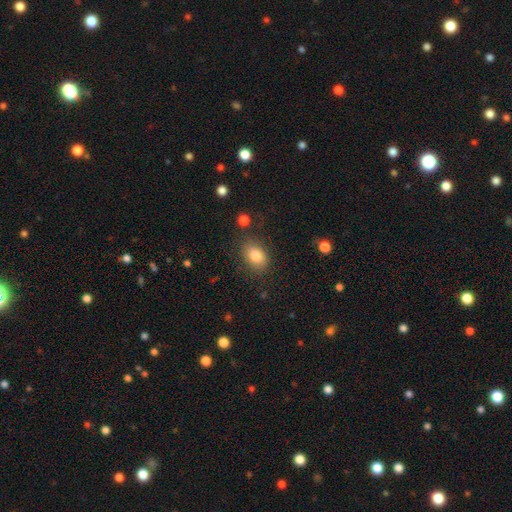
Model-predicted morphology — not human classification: type=smooth (81%); roundness=in between (76%); merging=none (81%).